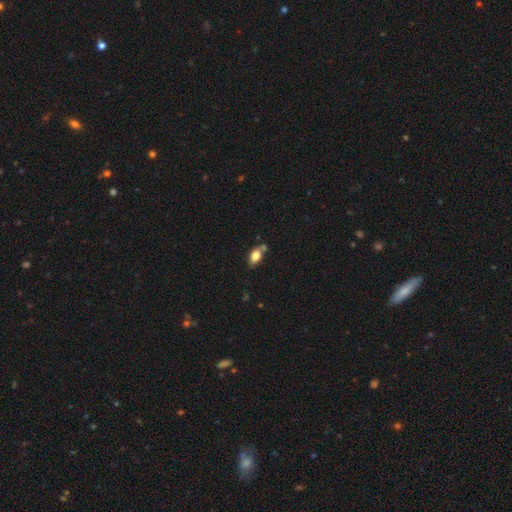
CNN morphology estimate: Smooth or featured?
  - smooth: 77% *
  - featured or disk: 14%
  - star or artifact: 8%
How rounded?
  - in between: 87% *
  - round: 8%
  - cigar-shaped: 5%
Merging?
  - none: 58% *
  - minor disturbance: 21%
  - merger: 16%
  - major disturbance: 5%